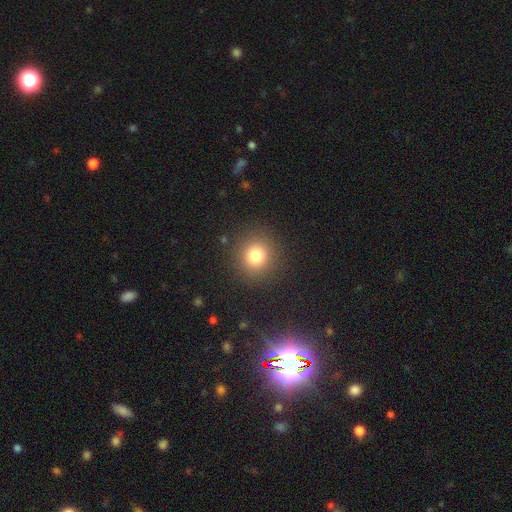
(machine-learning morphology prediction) smooth 78%, star or artifact 14%, featured or disk 8%. Down the decision tree: how rounded — round (90%); merging — none (89%).